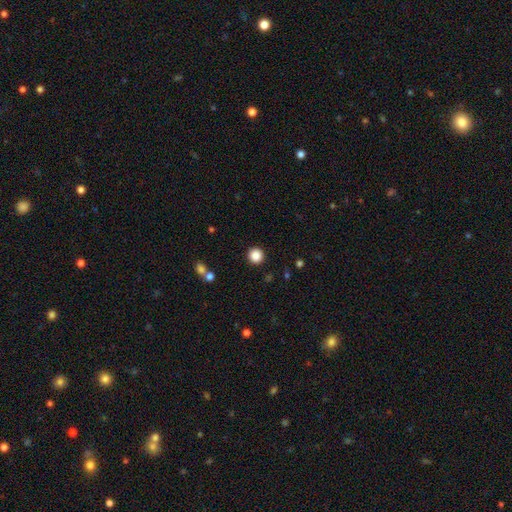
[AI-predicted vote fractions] Overall: smooth (87%). How rounded: round (95%). Merging: none (92%).